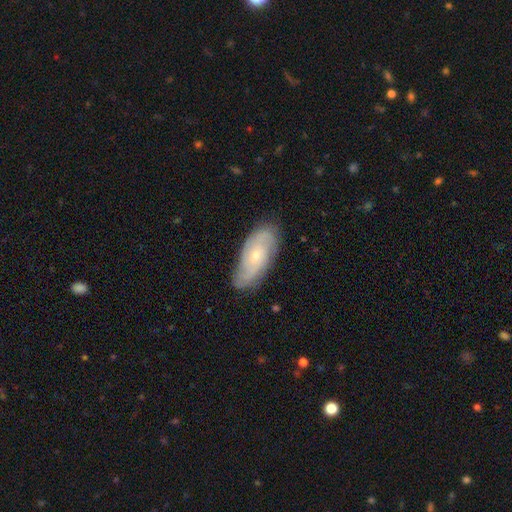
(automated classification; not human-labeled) A featured or disk galaxy (70%) with no bar (75%), 2 (37%) tight (54%) spiral arms (92%) and a small central bulge (73%).

Vote fractions:
- Smooth or featured? featured or disk: 70% / smooth: 24% / star or artifact: 6%
- Edge-on disk? no: 92% / yes: 8%
- Bar? no: 75% / weak: 21% / strong: 3%
- Spiral arms? yes: 92% / no: 8%
- Spiral winding? tight: 54% / medium: 35% / loose: 11%
- Spiral arm count? 2: 37% / can't tell: 33% / 3: 16% / 4: 6% / 1: 4% / more than 4: 4%
- Bulge size? small: 73% / moderate: 23% / none: 2% / large: 1% / dominant: 1%
- Merging? none: 77% / minor disturbance: 18% / major disturbance: 4% / merger: 1%